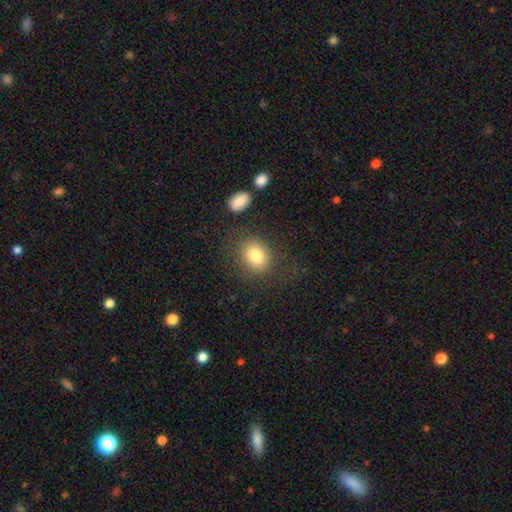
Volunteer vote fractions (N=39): Smooth or featured: smooth — 90% (featured or disk — 5%)
How rounded: in between — 77% (round — 23%)
Merging: none — 76% (minor disturbance — 11%)